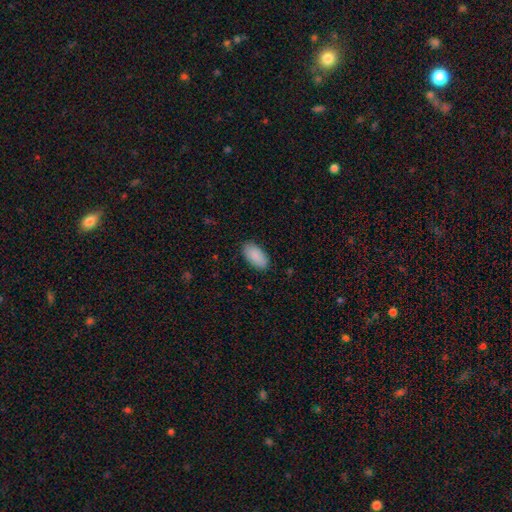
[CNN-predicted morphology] The model was most divided on "merging": none: 87%, minor disturbance: 10%, major disturbance: 2%, merger: 1%. More confident: how rounded — in between (95%); smooth or featured — smooth (90%).